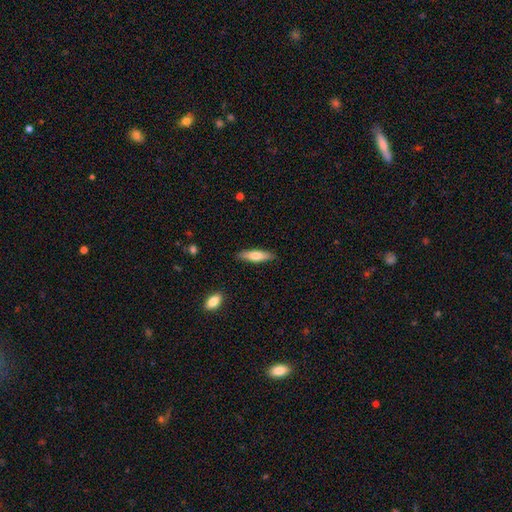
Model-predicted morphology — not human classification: A smooth galaxy with no disk features (68%) that is cigar-shaped (69%).

Vote fractions:
- Smooth or featured? smooth: 68% / featured or disk: 26% / star or artifact: 6%
- How rounded? cigar-shaped: 69% / in between: 30% / round: 2%
- Merging? none: 88% / minor disturbance: 9% / major disturbance: 2% / merger: 1%